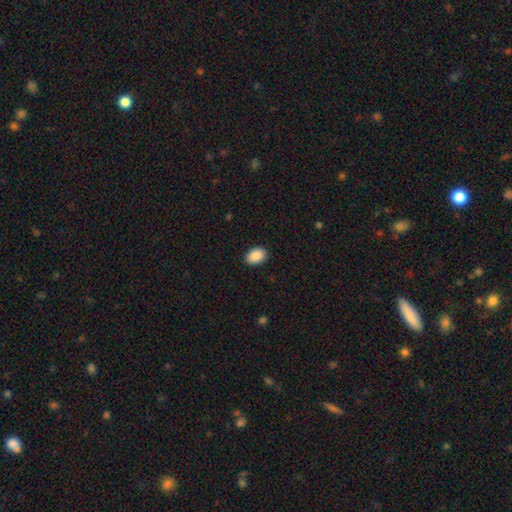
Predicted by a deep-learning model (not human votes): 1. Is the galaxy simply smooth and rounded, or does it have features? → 89% smooth, 7% star or artifact, 3% featured or disk.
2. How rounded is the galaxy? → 85% in between, 14% round, 1% cigar-shaped.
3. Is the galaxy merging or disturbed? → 89% none, 8% minor disturbance, 2% major disturbance, 1% merger.